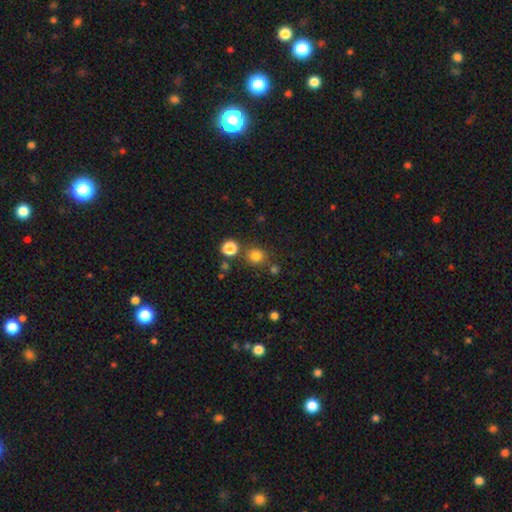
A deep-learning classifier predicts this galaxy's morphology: smooth 79%, star or artifact 15%, featured or disk 5%. Down the decision tree: how rounded — round (88%); merging — none (77%).